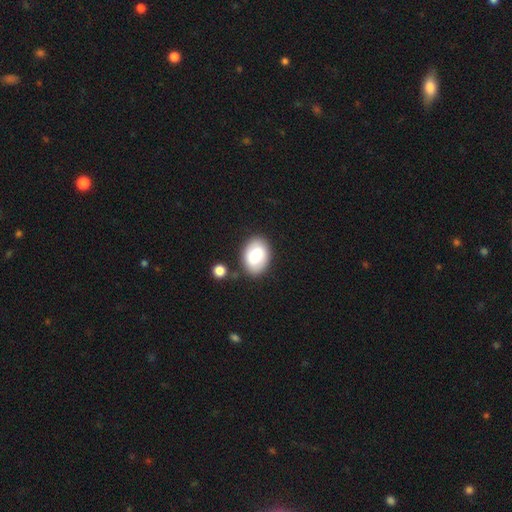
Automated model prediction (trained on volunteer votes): Overall: smooth (74%). How rounded: in between (85%). Merging: none (80%).